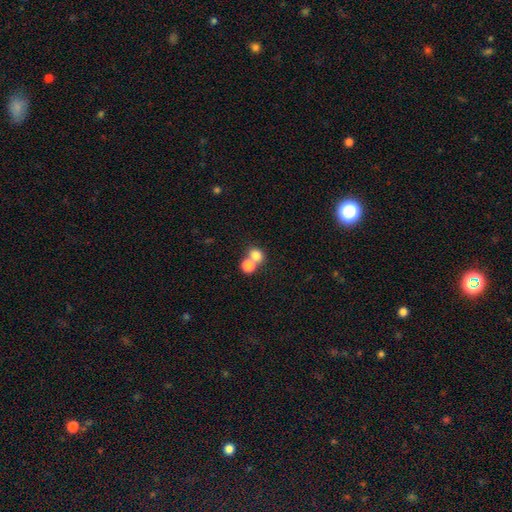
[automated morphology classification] Smooth or featured?
  - smooth: 78% *
  - star or artifact: 12%
  - featured or disk: 10%
How rounded?
  - round: 67% *
  - in between: 32%
  - cigar-shaped: 1%
Merging?
  - merger: 52% *
  - none: 39%
  - minor disturbance: 6%
  - major disturbance: 3%